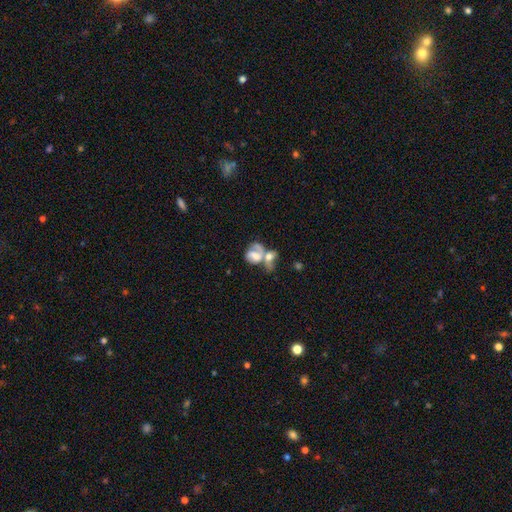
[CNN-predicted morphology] Smooth or featured: featured or disk — 47% (smooth — 42%)
Merging: merger — 64% (none — 14%)